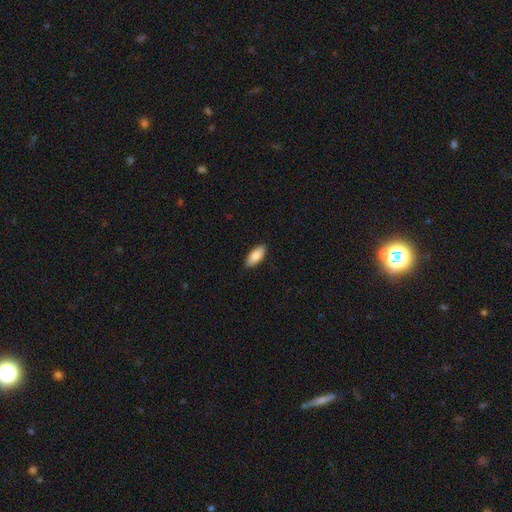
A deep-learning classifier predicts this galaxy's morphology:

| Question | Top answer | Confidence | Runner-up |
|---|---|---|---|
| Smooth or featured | smooth | 88% | featured or disk (7%) |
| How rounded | in between | 83% | cigar-shaped (15%) |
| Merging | none | 88% | minor disturbance (10%) |